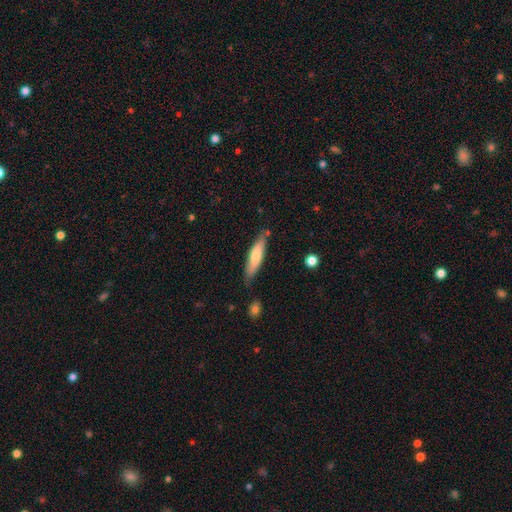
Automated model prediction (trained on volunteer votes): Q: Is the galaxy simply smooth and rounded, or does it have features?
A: smooth — 66%.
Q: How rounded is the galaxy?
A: cigar-shaped — 76%.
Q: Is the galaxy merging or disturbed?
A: none — 78%.